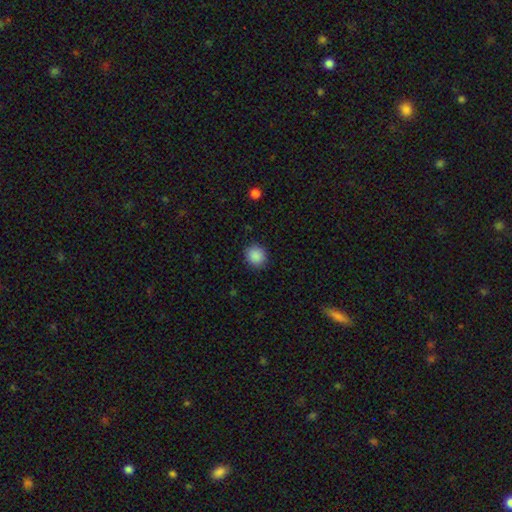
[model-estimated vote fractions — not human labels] A smooth galaxy with no disk features (89%) that is round (83%). Merging: none (90%).